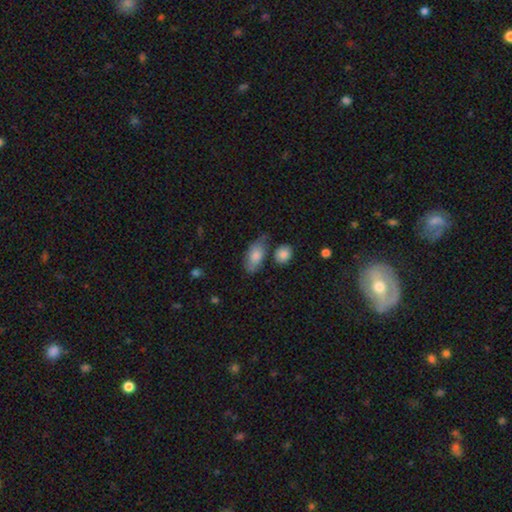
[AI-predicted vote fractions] This is likely a smooth galaxy (79%). How rounded: clearly in between (89%). Merging: possibly none (56%).